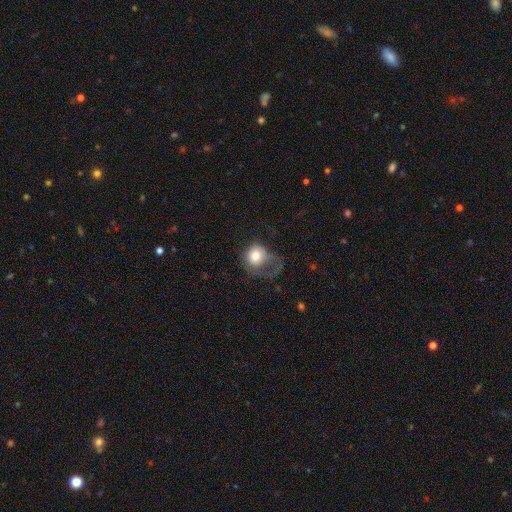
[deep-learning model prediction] This appears to be a smooth galaxy with no disk features (71%) that is round (75%). Merging: major disturbance (54%).